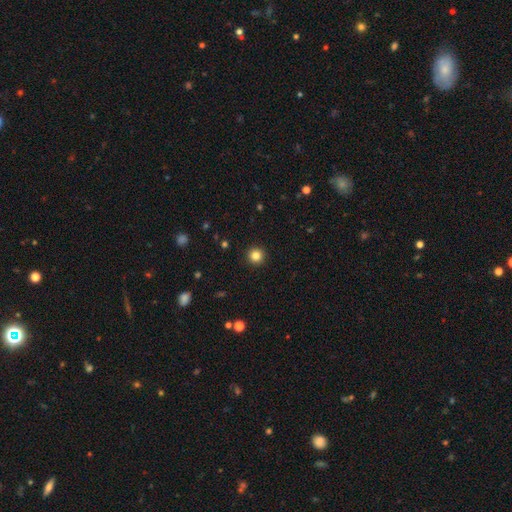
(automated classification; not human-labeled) Q: Smooth or featured?
A: smooth (83%); runner-up: star or artifact (12%)
Q: How rounded?
A: round (96%); runner-up: in between (3%)
Q: Merging?
A: none (93%); runner-up: minor disturbance (4%)